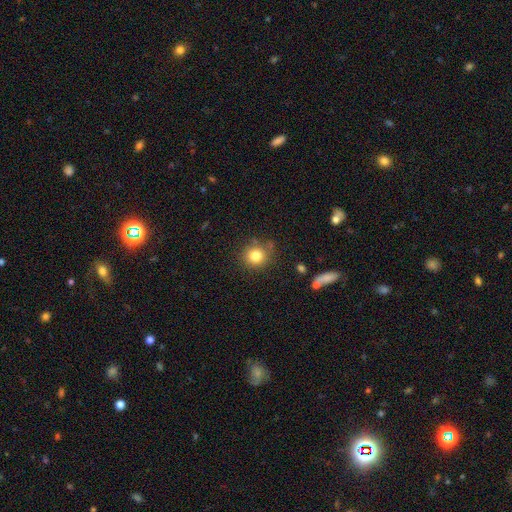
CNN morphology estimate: A smooth galaxy with no disk features (81%) that is round (89%).

Vote fractions:
- Smooth or featured? smooth: 81% / star or artifact: 11% / featured or disk: 8%
- How rounded? round: 89% / in between: 10% / cigar-shaped: 1%
- Merging? none: 79% / minor disturbance: 13% / merger: 5% / major disturbance: 4%